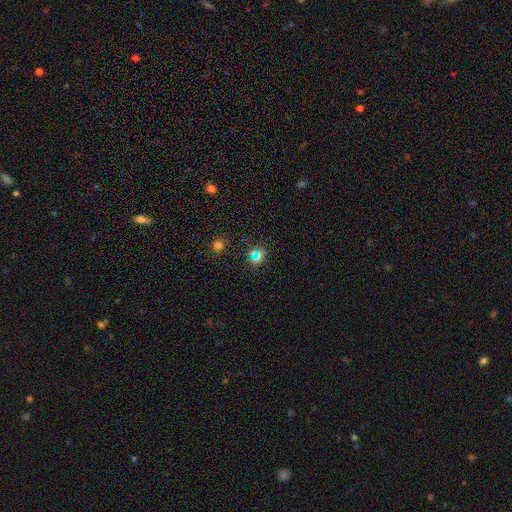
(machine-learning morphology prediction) type=star or artifact (46%).